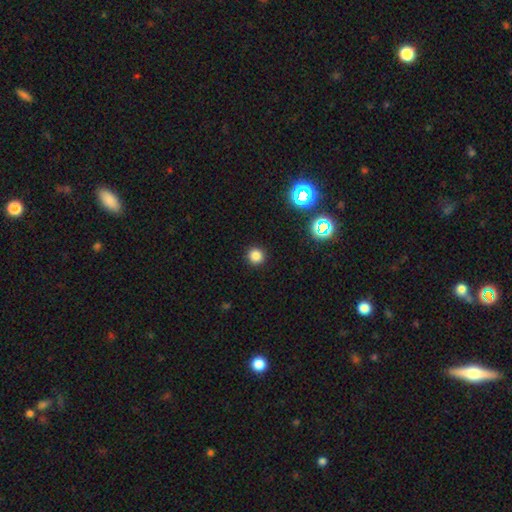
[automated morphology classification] A smooth galaxy with no disk features (80%) that is round (95%). Merging: none (93%).